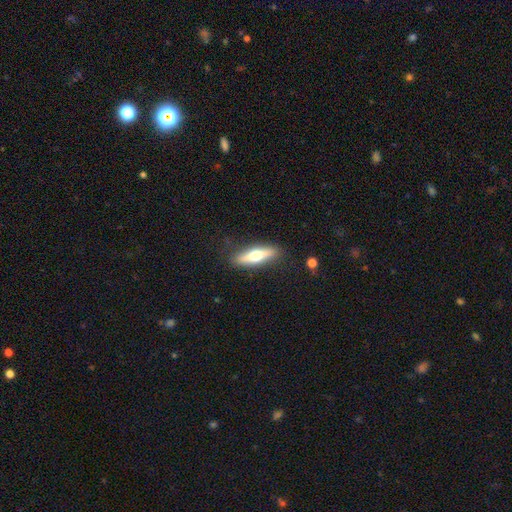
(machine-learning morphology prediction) Q: Smooth or featured?
A: smooth (48%); runner-up: featured or disk (46%)
Q: Merging?
A: none (86%); runner-up: minor disturbance (10%)